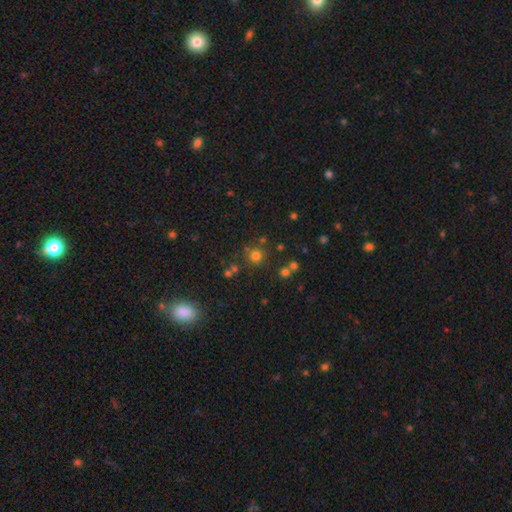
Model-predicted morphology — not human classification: Smooth or featured?
  - smooth: 72% *
  - star or artifact: 21%
  - featured or disk: 7%
How rounded?
  - round: 93% *
  - in between: 6%
  - cigar-shaped: 1%
Merging?
  - none: 78% *
  - merger: 10%
  - minor disturbance: 9%
  - major disturbance: 4%